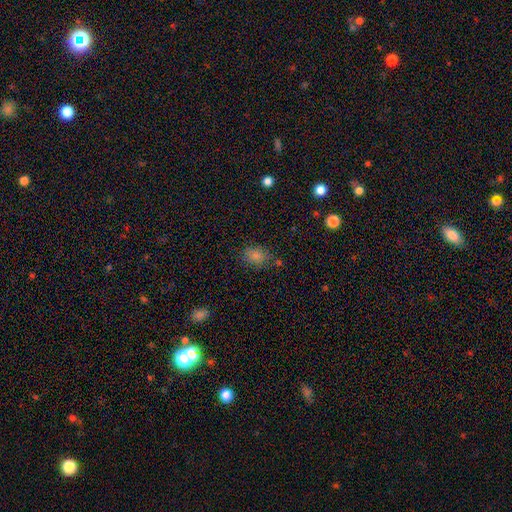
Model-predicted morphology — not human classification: This is clearly a smooth galaxy (81%). How rounded: likely in between (67%). Merging: likely none (71%).